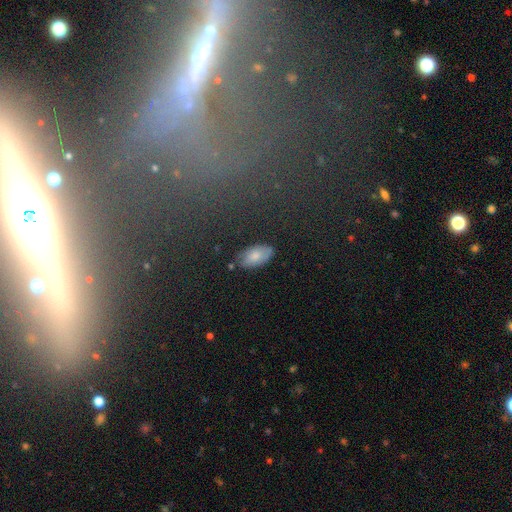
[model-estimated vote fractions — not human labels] A smooth galaxy with no disk features (76%) that is in between round and cigar-shaped (95%).

Vote fractions:
- Smooth or featured? smooth: 76% / featured or disk: 16% / star or artifact: 8%
- How rounded? in between: 95% / round: 3% / cigar-shaped: 3%
- Merging? none: 77% / minor disturbance: 17% / major disturbance: 3% / merger: 3%